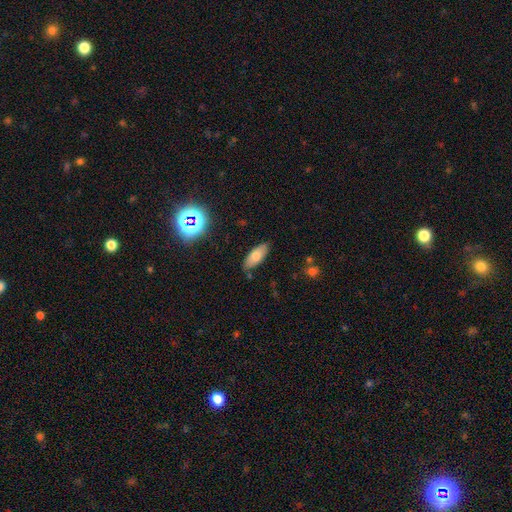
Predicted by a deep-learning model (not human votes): smooth_or_featured: smooth (p=0.75) [alt: featured or disk p=0.16]
how_rounded: in between (p=0.79) [alt: cigar-shaped p=0.18]
merging: none (p=0.83) [alt: minor disturbance p=0.12]